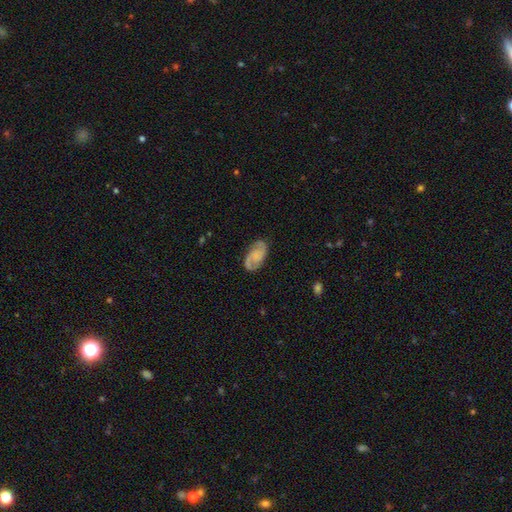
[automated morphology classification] Smooth or featured? featured or disk (72%)
Edge-on disk? no (97%)
Bar? no (60%)
Spiral arms? yes (94%)
Spiral winding? medium (47%)
Spiral arm count? 2 (89%)
Bulge size? none (61%)
Merging? none (80%)